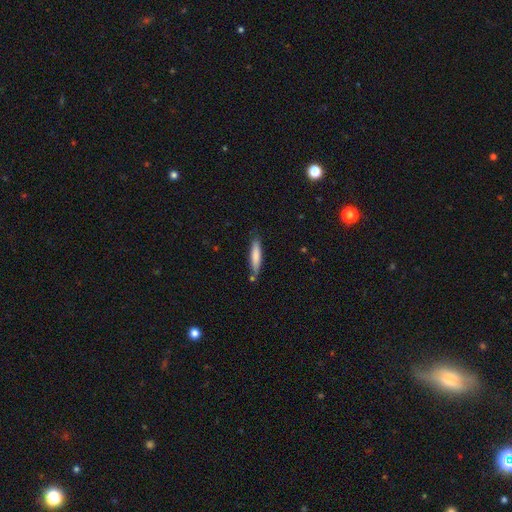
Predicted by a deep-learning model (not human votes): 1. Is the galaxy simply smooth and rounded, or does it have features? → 77% smooth, 17% featured or disk, 6% star or artifact.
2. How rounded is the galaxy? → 85% cigar-shaped, 14% in between, 1% round.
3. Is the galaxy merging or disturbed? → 75% none, 16% minor disturbance, 5% merger, 3% major disturbance.